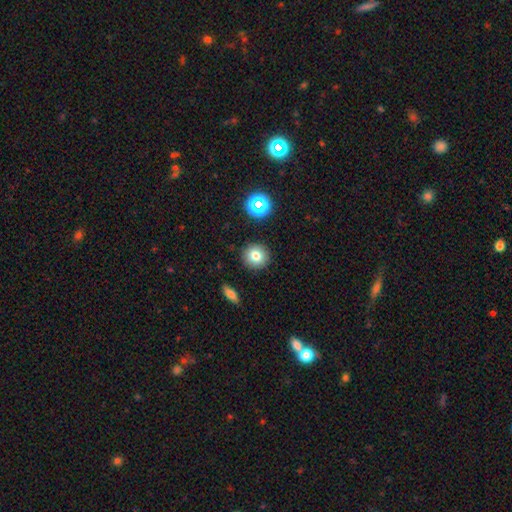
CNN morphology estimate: Smooth or featured?
  - smooth: 77% *
  - star or artifact: 13%
  - featured or disk: 9%
How rounded?
  - round: 91% *
  - in between: 8%
  - cigar-shaped: 1%
Merging?
  - none: 90% *
  - minor disturbance: 6%
  - major disturbance: 2%
  - merger: 2%